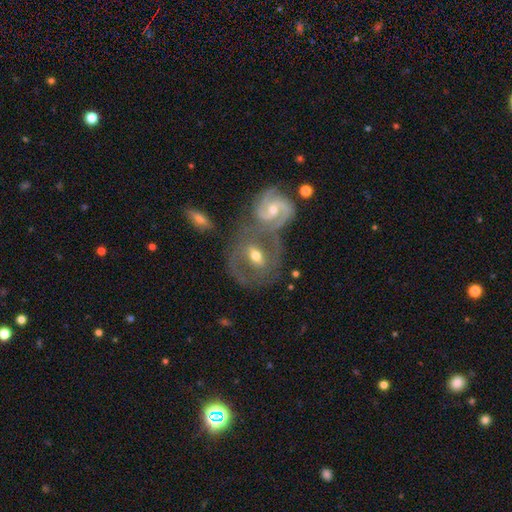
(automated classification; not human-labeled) Smooth or featured?
  - featured or disk: 79% *
  - smooth: 14%
  - star or artifact: 6%
Edge-on disk?
  - no: 94% *
  - yes: 6%
Bar?
  - weak: 44% *
  - strong: 35%
  - no: 20%
Spiral arms?
  - yes: 89% *
  - no: 11%
Spiral winding?
  - medium: 47% *
  - tight: 43%
  - loose: 10%
Spiral arm count?
  - 2: 76% *
  - can't tell: 10%
  - 3: 7%
  - 1: 3%
  - 4: 2%
  - more than 4: 2%
Bulge size?
  - moderate: 67% *
  - small: 26%
  - large: 5%
  - none: 1%
  - dominant: 1%
Merging?
  - merger: 45% *
  - none: 36%
  - minor disturbance: 11%
  - major disturbance: 7%